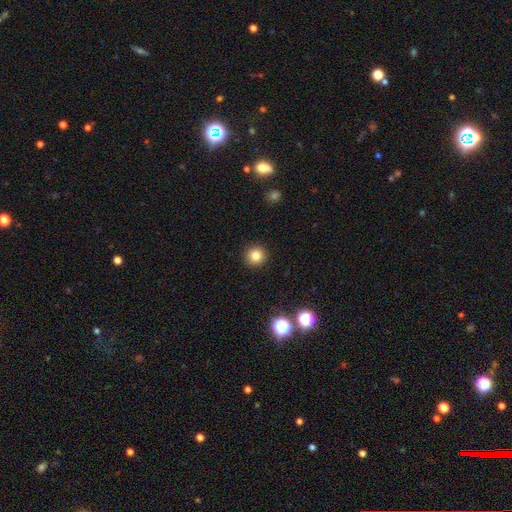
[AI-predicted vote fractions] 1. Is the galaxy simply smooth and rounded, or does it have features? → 82% smooth, 12% star or artifact, 6% featured or disk.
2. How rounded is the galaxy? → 95% round, 4% in between, 1% cigar-shaped.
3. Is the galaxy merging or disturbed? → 93% none, 5% minor disturbance, 2% major disturbance, 1% merger.